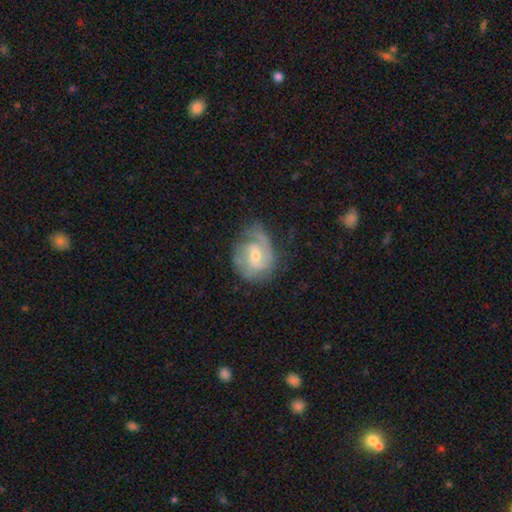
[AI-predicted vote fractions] Smooth or featured? featured or disk (82%)
Edge-on disk? no (98%)
Bar? no (46%)
Spiral arms? yes (94%)
Spiral winding? medium (44%)
Spiral arm count? 2 (62%)
Bulge size? moderate (48%, tied with small)
Merging? none (61%)